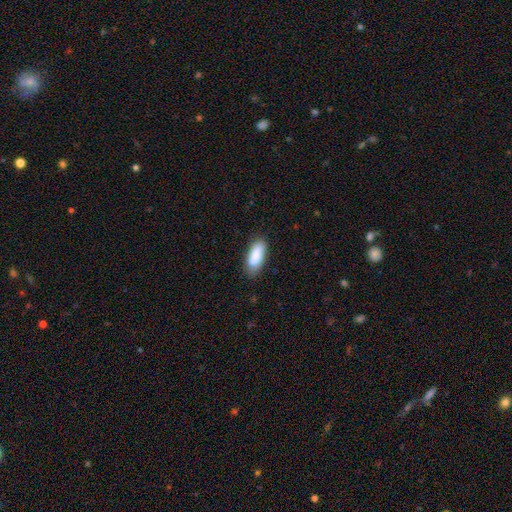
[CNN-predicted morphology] type=smooth (85%); roundness=in between (83%); merging=none (77%).